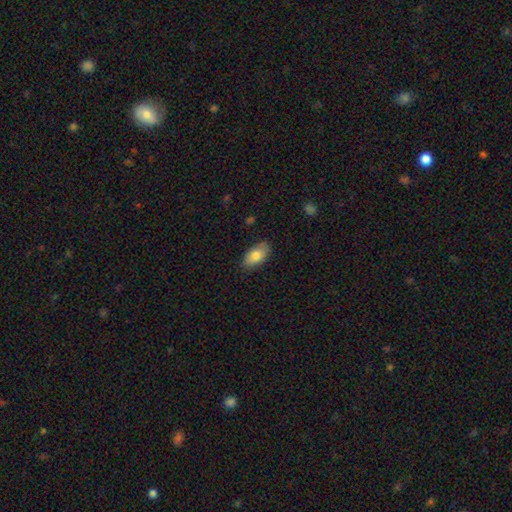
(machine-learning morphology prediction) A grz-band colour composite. It shows a smooth galaxy with no disk features (79%) that is in between round and cigar-shaped (92%). Merging: none (84%).